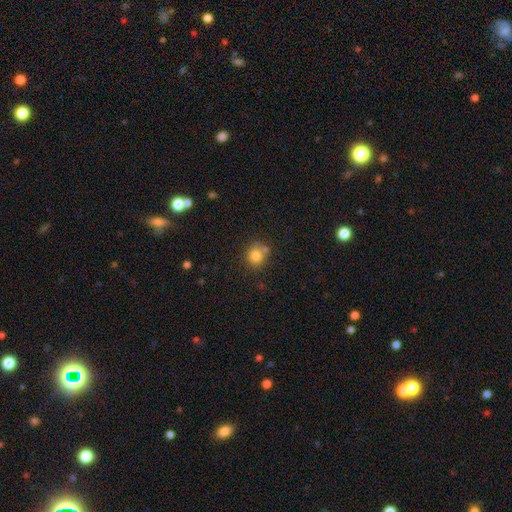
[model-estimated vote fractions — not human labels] This is clearly a smooth galaxy (80%). How rounded: clearly round (81%). Merging: likely none (63%).